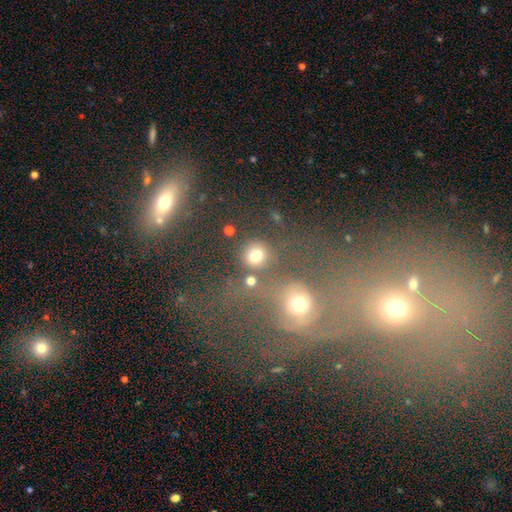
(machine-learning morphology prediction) Smooth or featured?
  - smooth: 74% *
  - star or artifact: 18%
  - featured or disk: 8%
How rounded?
  - round: 84% *
  - in between: 14%
  - cigar-shaped: 1%
Merging?
  - none: 67% *
  - merger: 16%
  - minor disturbance: 10%
  - major disturbance: 7%